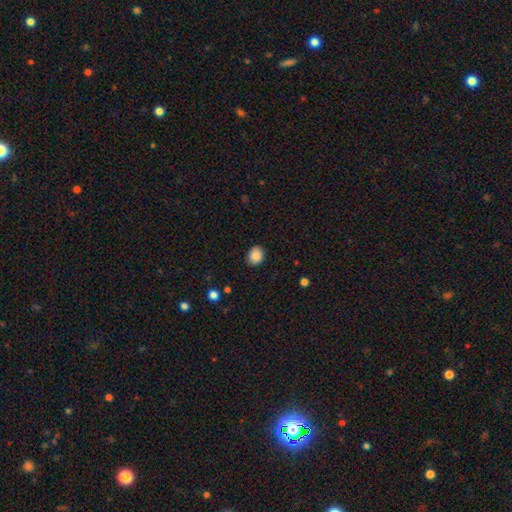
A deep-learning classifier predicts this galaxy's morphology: A smooth galaxy with no disk features (88%) that is round (51%). Merging: none (81%).